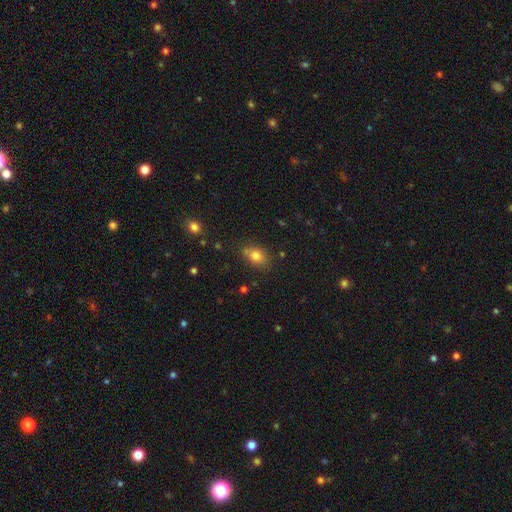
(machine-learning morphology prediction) A smooth galaxy with no disk features (79%) that is in between round and cigar-shaped (64%).

Vote fractions:
- Smooth or featured? smooth: 79% / star or artifact: 12% / featured or disk: 9%
- How rounded? in between: 64% / round: 35% / cigar-shaped: 2%
- Merging? none: 68% / minor disturbance: 17% / merger: 10% / major disturbance: 5%